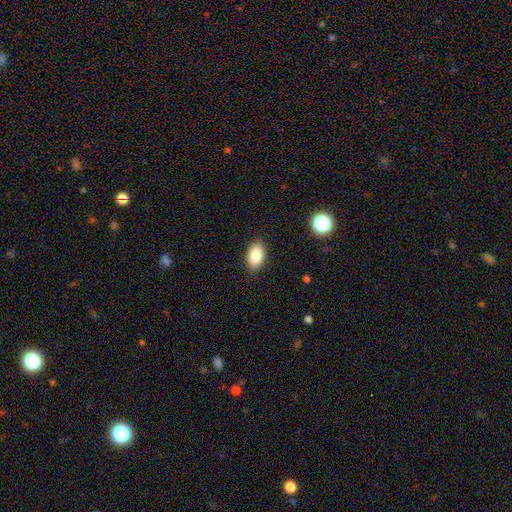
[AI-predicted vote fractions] The model was most divided on "merging": none: 88%, minor disturbance: 9%, major disturbance: 2%, merger: 1%. More confident: how rounded — in between (93%); smooth or featured — smooth (87%).